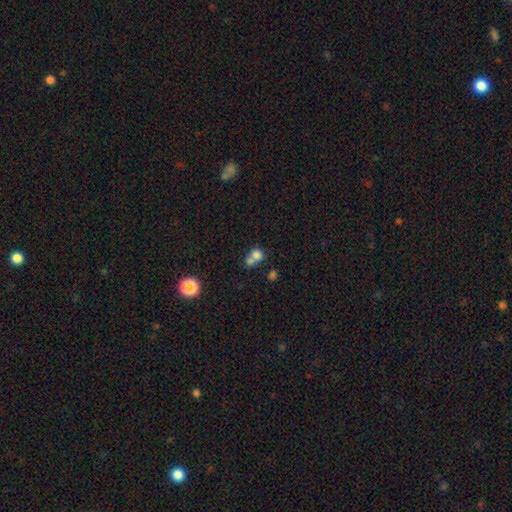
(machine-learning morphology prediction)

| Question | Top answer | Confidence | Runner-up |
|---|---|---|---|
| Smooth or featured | smooth | 74% | featured or disk (13%) |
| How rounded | round | 70% | in between (29%) |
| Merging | merger | 61% | none (28%) |